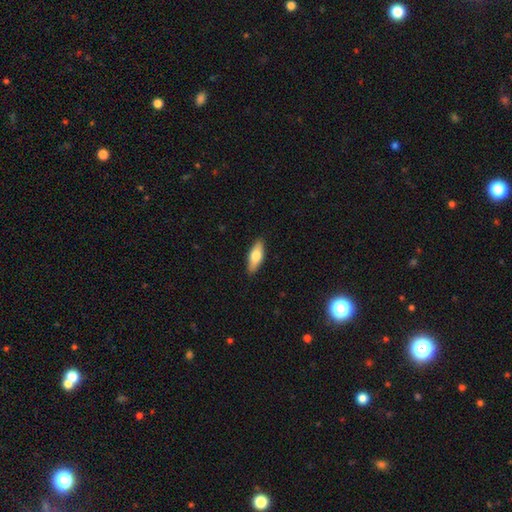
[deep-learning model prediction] Smooth or featured: smooth — 68% (featured or disk — 27%)
How rounded: in between — 68% (cigar-shaped — 29%)
Merging: none — 89% (minor disturbance — 8%)